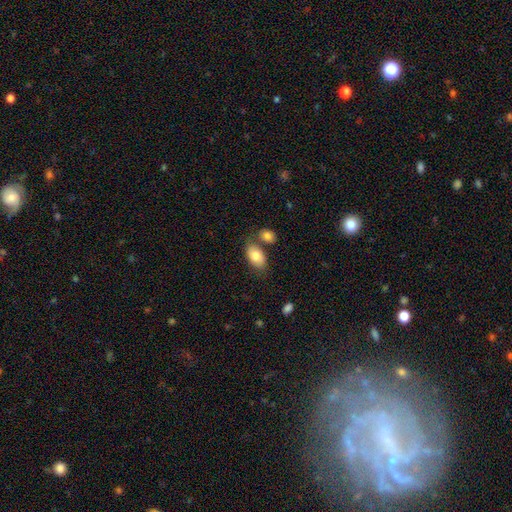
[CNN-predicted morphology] type=smooth (81%); roundness=in between (93%); merging=none (61%).